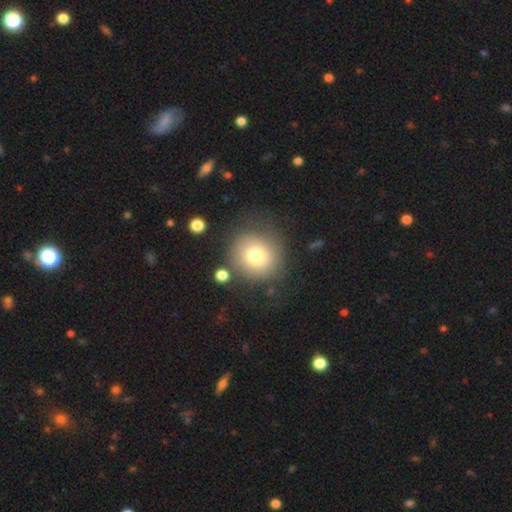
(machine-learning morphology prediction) This is likely a smooth galaxy (75%). How rounded: clearly round (87%). Merging: likely none (72%).